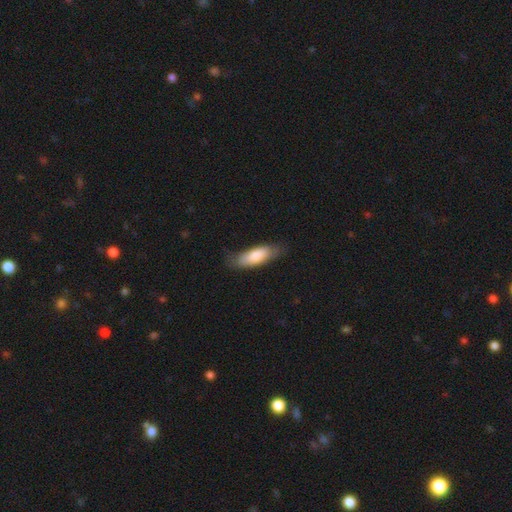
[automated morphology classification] A smooth galaxy with no disk features (79%) that is in between round and cigar-shaped (62%).

Vote fractions:
- Smooth or featured? smooth: 79% / featured or disk: 15% / star or artifact: 5%
- How rounded? in between: 62% / cigar-shaped: 36% / round: 2%
- Merging? none: 75% / minor disturbance: 20% / major disturbance: 4% / merger: 1%